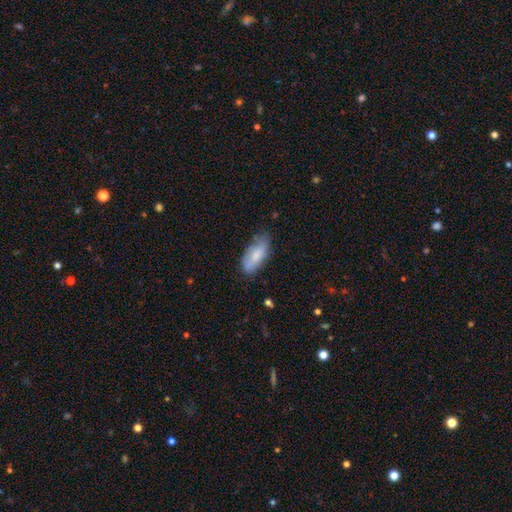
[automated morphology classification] The model was most divided on "merging": none: 56%, minor disturbance: 33%, major disturbance: 8%, merger: 2%. More confident: how rounded — in between (83%); smooth or featured — smooth (74%).